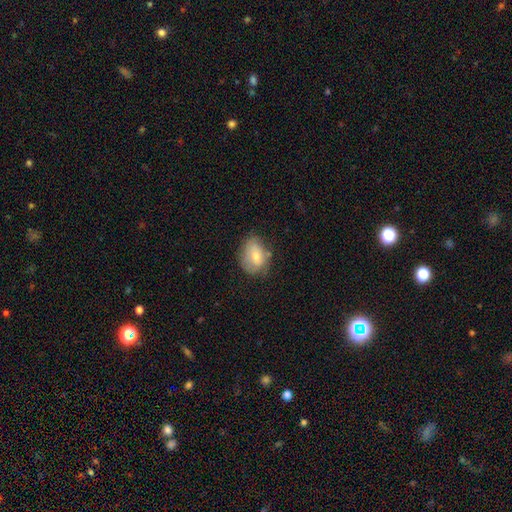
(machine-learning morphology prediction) smooth_or_featured: smooth (p=0.62) [alt: featured or disk p=0.29]
how_rounded: in between (p=0.68) [alt: round p=0.30]
merging: none (p=0.63) [alt: minor disturbance p=0.27]